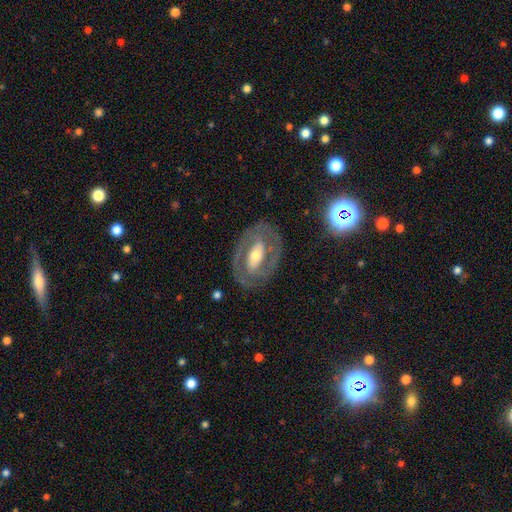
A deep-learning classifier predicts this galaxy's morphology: featured or disk 74%, smooth 20%, star or artifact 6%. Down the decision tree: edge-on disk — no (92%); bar — strong (43%); spiral arms — yes (57%); bulge size — moderate (59%); merging — none (80%).